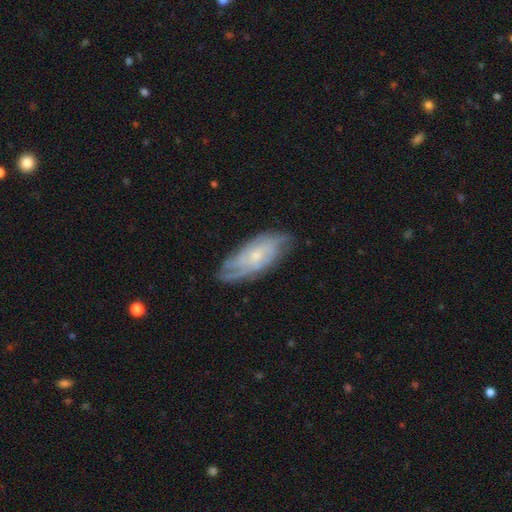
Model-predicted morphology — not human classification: Smooth or featured? featured or disk (71%)
Edge-on disk? no (88%)
Bar? no (72%)
Spiral arms? yes (90%)
Spiral winding? tight (59%)
Spiral arm count? can't tell (49%)
Bulge size? small (63%)
Merging? none (73%)